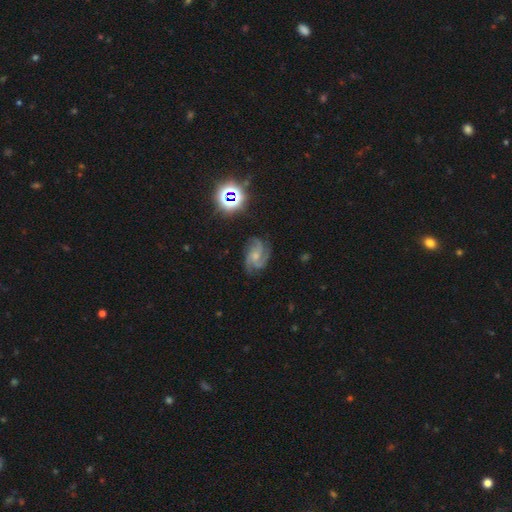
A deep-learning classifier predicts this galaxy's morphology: The model was most divided on "bulge size": small: 45%, moderate: 44%, none: 7%, large: 3%, dominant: 1%. More confident: edge-on disk — no (98%); spiral arms — yes (97%); smooth or featured — featured or disk (81%); merging — none (72%); bar — no (69%); spiral arm count — 3 (53%); spiral winding — medium (52%).